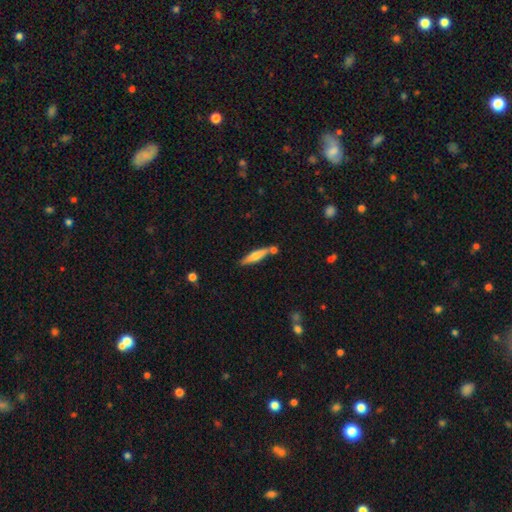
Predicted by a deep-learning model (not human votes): Q: Smooth or featured?
A: smooth (56%); runner-up: featured or disk (38%)
Q: How rounded?
A: cigar-shaped (86%); runner-up: in between (12%)
Q: Merging?
A: none (73%); runner-up: merger (12%)